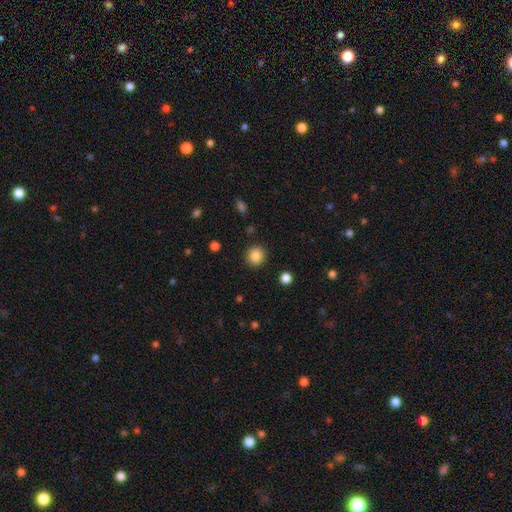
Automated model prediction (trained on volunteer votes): Smooth or featured? Predicted: smooth (p=0.86). How rounded? Predicted: round (p=0.92). Merging? Predicted: none (p=0.91).